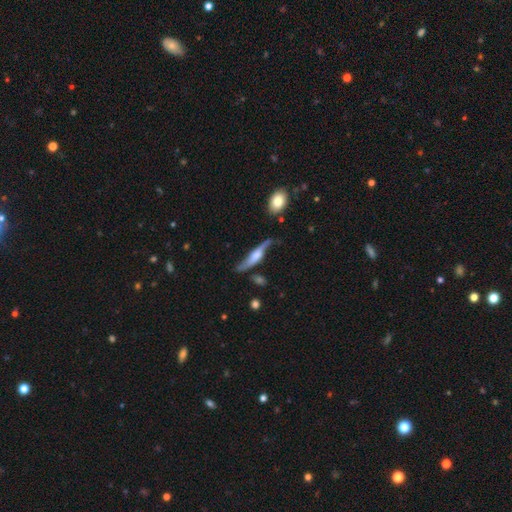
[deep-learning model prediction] Q: Smooth or featured?
A: featured or disk (67%); runner-up: smooth (26%)
Q: Edge-on disk?
A: yes (57%); runner-up: no (43%)
Q: Merging?
A: none (55%); runner-up: minor disturbance (27%)